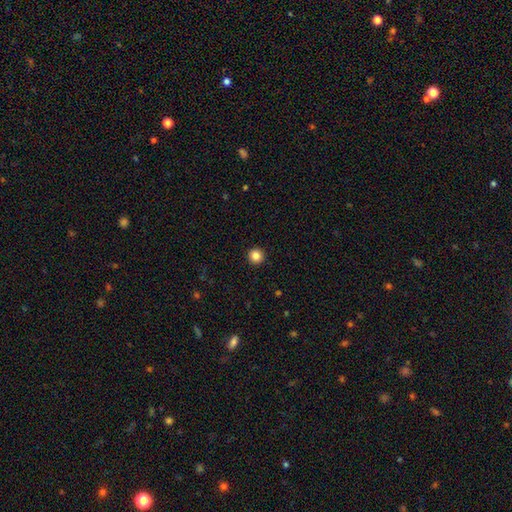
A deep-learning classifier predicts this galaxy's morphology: Smooth or featured?
  - smooth: 85% *
  - star or artifact: 11%
  - featured or disk: 4%
How rounded?
  - round: 96% *
  - in between: 3%
  - cigar-shaped: 1%
Merging?
  - none: 94% *
  - minor disturbance: 4%
  - major disturbance: 1%
  - merger: 1%